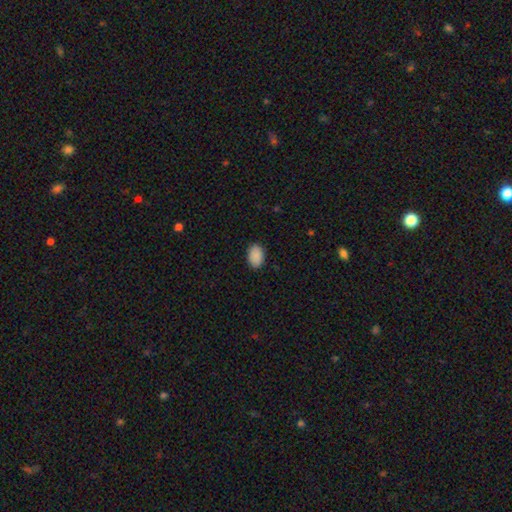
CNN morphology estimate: smooth_or_featured: smooth (p=0.90) [alt: star or artifact p=0.07]
how_rounded: in between (p=0.88) [alt: round p=0.11]
merging: none (p=0.89) [alt: minor disturbance p=0.08]